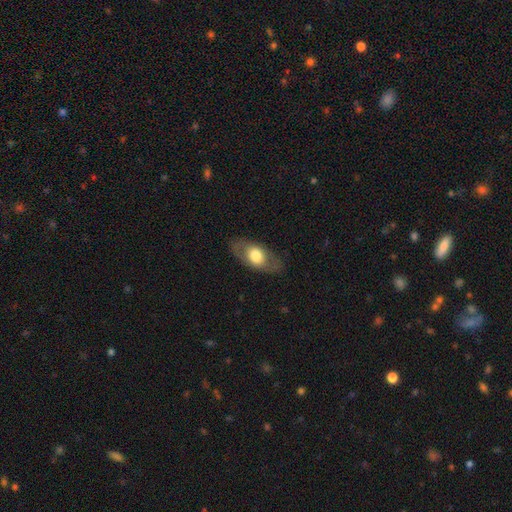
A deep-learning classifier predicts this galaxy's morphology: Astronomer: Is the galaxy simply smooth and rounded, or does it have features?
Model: smooth — 55% (runner-up: featured or disk, 39%).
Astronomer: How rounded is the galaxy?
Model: in between — 87%.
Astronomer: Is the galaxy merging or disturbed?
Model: none — 82%.